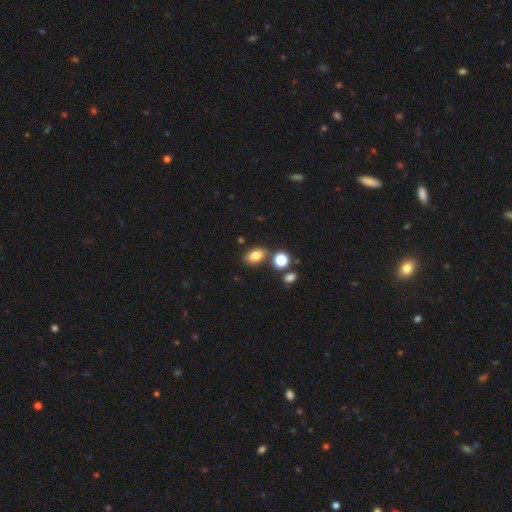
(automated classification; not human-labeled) Smooth or featured: smooth — 80% (star or artifact — 11%)
How rounded: in between — 83% (round — 14%)
Merging: none — 75% (minor disturbance — 12%)